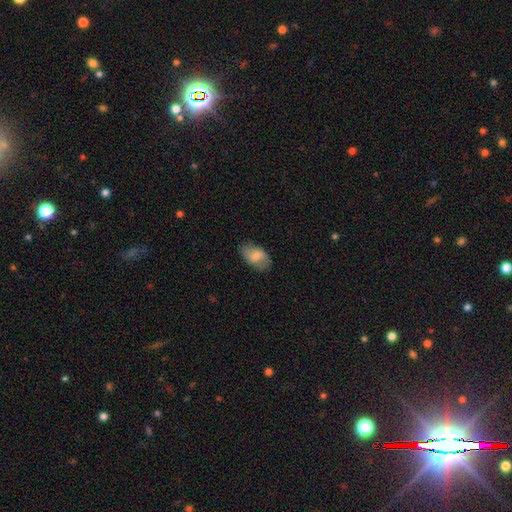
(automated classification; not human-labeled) smooth-or-featured: smooth: 71% | featured or disk: 22% | star or artifact: 7%
  how-rounded: in between: 92% | round: 6% | cigar-shaped: 2%
  merging: none: 77% | minor disturbance: 17% | major disturbance: 5% | merger: 1%